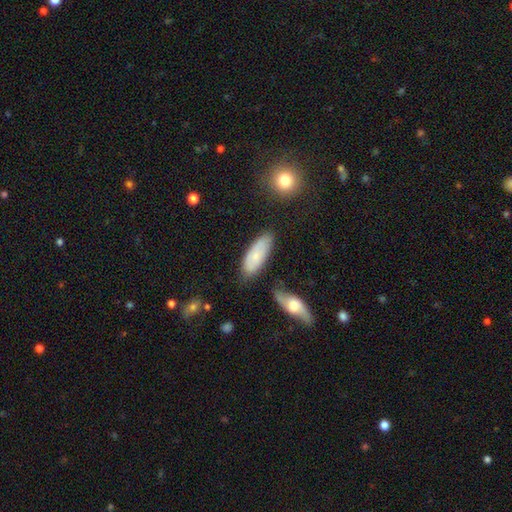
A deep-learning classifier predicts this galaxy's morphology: A smooth galaxy with no disk features (66%) that is in between round and cigar-shaped (76%).

Vote fractions:
- Smooth or featured? smooth: 66% / featured or disk: 27% / star or artifact: 7%
- How rounded? in between: 76% / cigar-shaped: 21% / round: 2%
- Merging? none: 72% / minor disturbance: 19% / merger: 5% / major disturbance: 4%